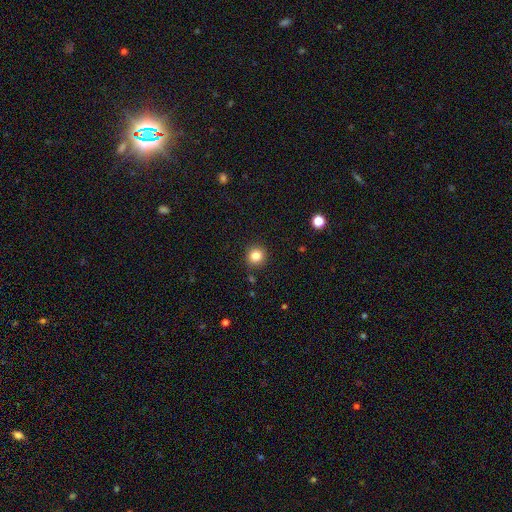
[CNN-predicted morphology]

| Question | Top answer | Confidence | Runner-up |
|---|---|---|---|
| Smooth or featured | smooth | 84% | star or artifact (11%) |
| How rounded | round | 91% | in between (8%) |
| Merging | none | 88% | minor disturbance (7%) |